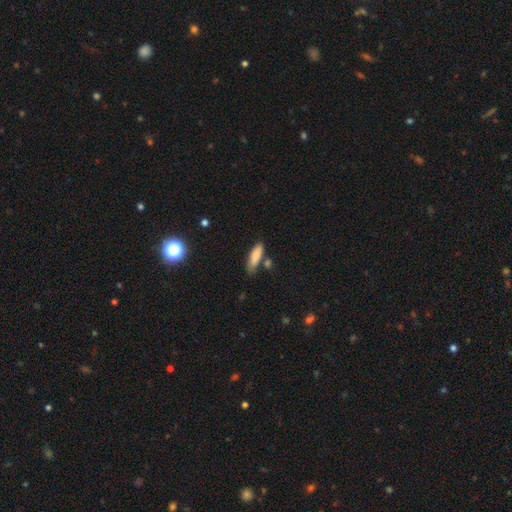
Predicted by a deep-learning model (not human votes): This is clearly a smooth galaxy (83%). How rounded: possibly cigar-shaped (51%). Merging: likely none (63%).